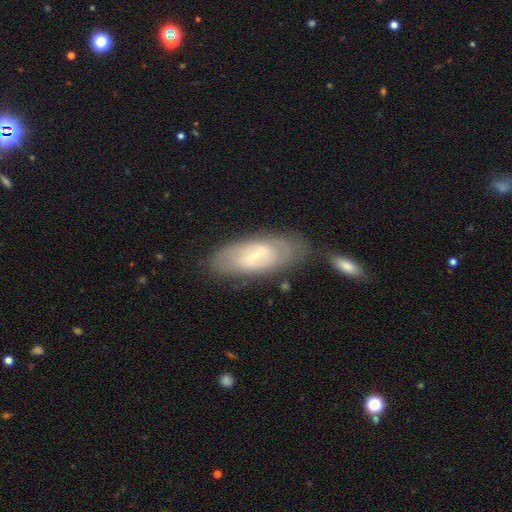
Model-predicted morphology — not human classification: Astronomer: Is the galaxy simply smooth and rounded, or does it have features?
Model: featured or disk — 66%.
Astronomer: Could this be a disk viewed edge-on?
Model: no — 90%.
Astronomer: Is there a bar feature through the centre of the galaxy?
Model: weak — 51%.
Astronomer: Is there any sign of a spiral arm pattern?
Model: yes — 73%.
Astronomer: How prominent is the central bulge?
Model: small — 71%.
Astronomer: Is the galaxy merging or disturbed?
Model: none — 72%.